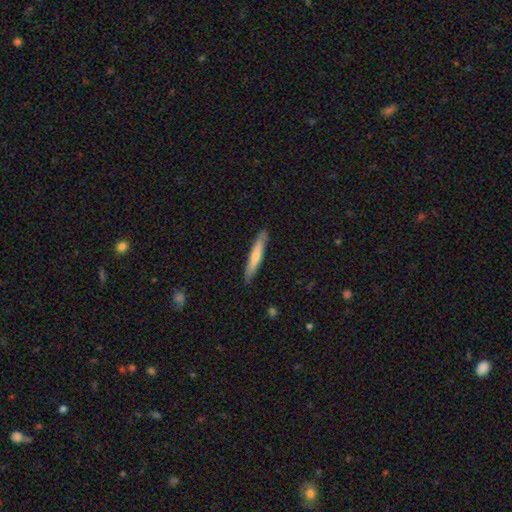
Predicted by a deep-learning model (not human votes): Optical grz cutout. It shows a smooth galaxy with no disk features (64%) that is cigar-shaped (93%). Merging: none (86%).